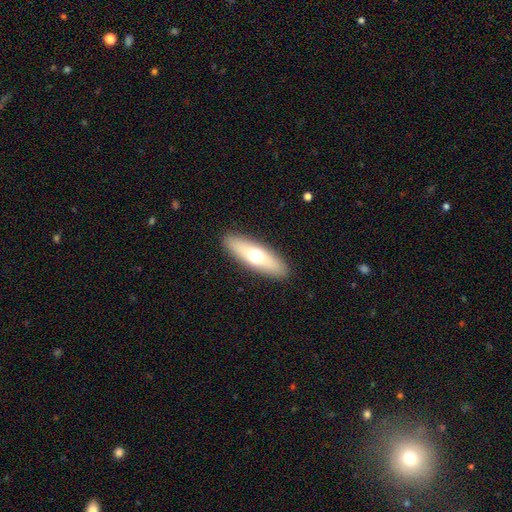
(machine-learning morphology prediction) Q: Smooth or featured?
A: smooth (59%); runner-up: featured or disk (33%)
Q: How rounded?
A: cigar-shaped (49%); runner-up: in between (48%)
Q: Merging?
A: none (90%); runner-up: minor disturbance (7%)